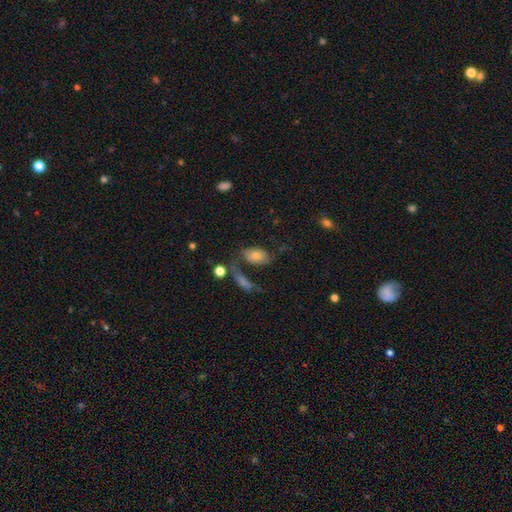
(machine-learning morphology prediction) A smooth galaxy with no disk features (57%) that is in between round and cigar-shaped (88%). Merging: none (36%).